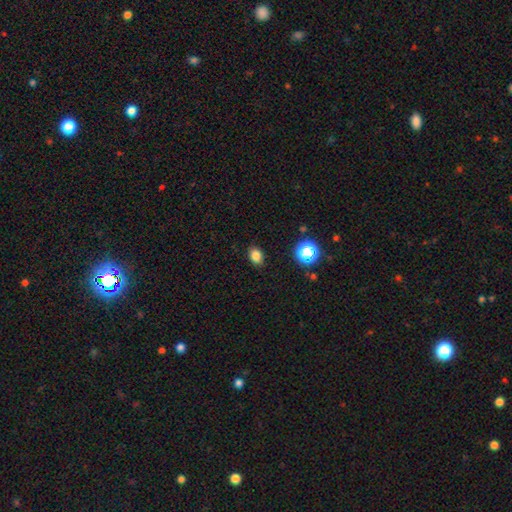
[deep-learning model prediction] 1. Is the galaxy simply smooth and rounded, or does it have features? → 82% smooth, 13% star or artifact, 5% featured or disk.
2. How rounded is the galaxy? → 68% in between, 31% round, 1% cigar-shaped.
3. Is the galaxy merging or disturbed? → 88% none, 8% minor disturbance, 2% major disturbance, 1% merger.